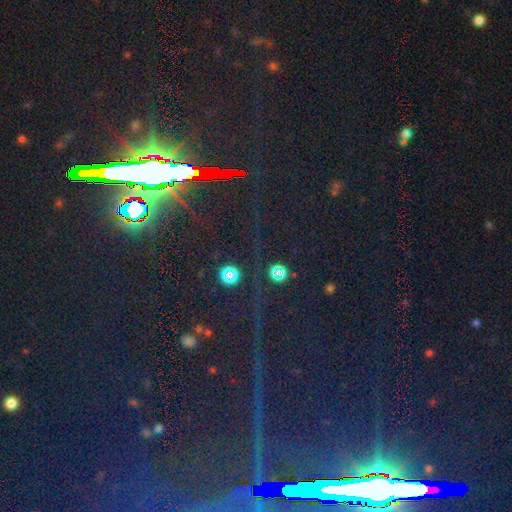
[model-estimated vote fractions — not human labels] Morphology: type=star or artifact (84%).